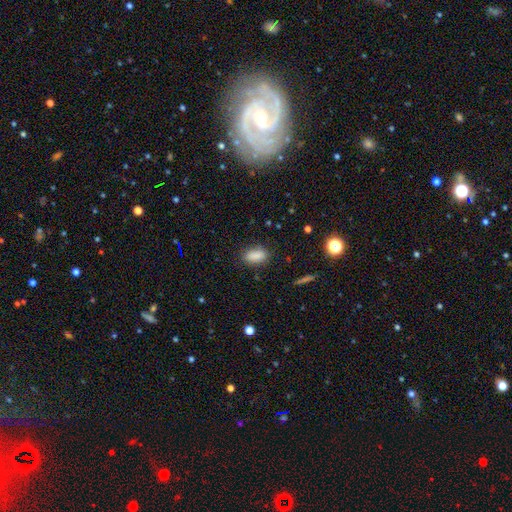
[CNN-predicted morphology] This appears to be a smooth galaxy with no disk features (87%) that is in between round and cigar-shaped (88%). Merging: none (83%).